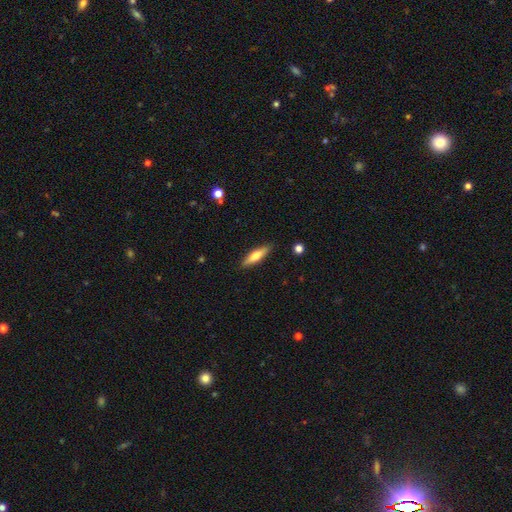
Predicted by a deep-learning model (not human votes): Q: Smooth or featured?
A: smooth (60%); runner-up: featured or disk (35%)
Q: How rounded?
A: cigar-shaped (72%); runner-up: in between (26%)
Q: Merging?
A: none (89%); runner-up: minor disturbance (8%)